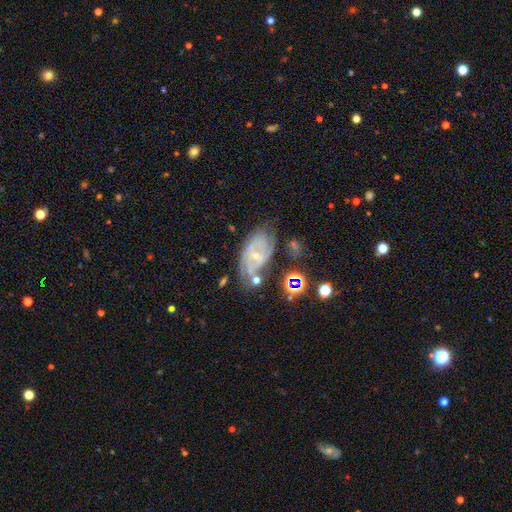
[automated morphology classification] Smooth or featured? featured or disk (75%)
Edge-on disk? no (95%)
Bar? no (50%)
Spiral arms? yes (88%)
Spiral winding? tight (51%)
Spiral arm count? 2 (37%)
Bulge size? small (73%)
Merging? none (56%)